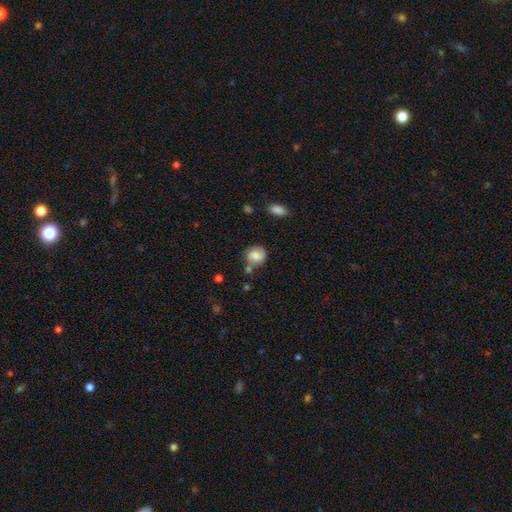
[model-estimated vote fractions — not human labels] smooth-or-featured: smooth: 74% | featured or disk: 17% | star or artifact: 9%
  how-rounded: round: 69% | in between: 30% | cigar-shaped: 1%
  merging: none: 57% | minor disturbance: 22% | merger: 13% | major disturbance: 7%